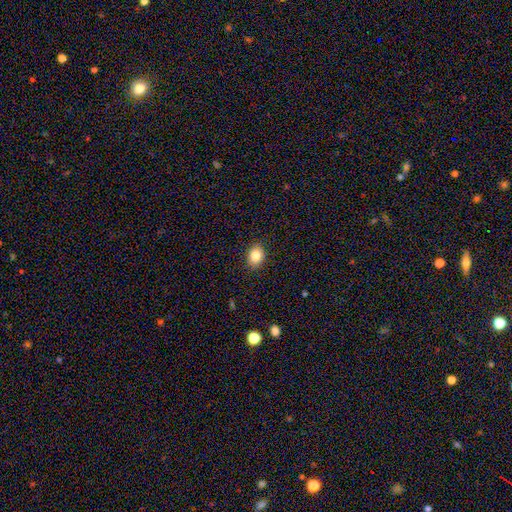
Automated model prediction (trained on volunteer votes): smooth-or-featured: smooth: 84% | star or artifact: 10% | featured or disk: 6%
  how-rounded: in between: 57% | round: 42% | cigar-shaped: 1%
  merging: none: 89% | minor disturbance: 8% | major disturbance: 2% | merger: 1%